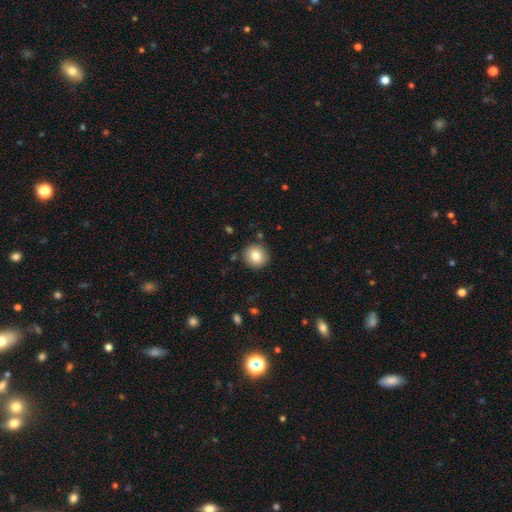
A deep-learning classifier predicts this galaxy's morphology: smooth_or_featured: smooth (p=0.82) [alt: star or artifact p=0.09]
how_rounded: round (p=0.92) [alt: in between p=0.07]
merging: none (p=0.89) [alt: minor disturbance p=0.07]